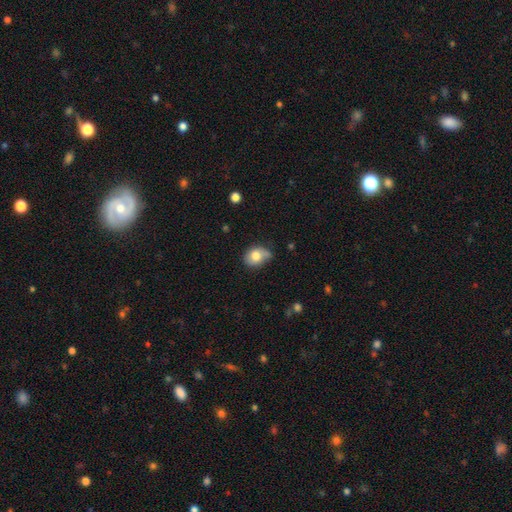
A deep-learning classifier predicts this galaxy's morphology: The model was most divided on "how rounded": in between: 55%, round: 44%, cigar-shaped: 1%. Remaining: smooth or featured — smooth (76%); merging — none (50%).